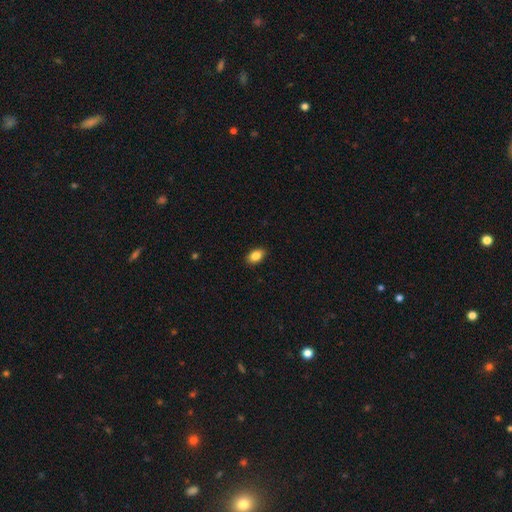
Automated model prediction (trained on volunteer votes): A smooth galaxy with no disk features (85%) that is in between round and cigar-shaped (86%).

Vote fractions:
- Smooth or featured? smooth: 85% / star or artifact: 8% / featured or disk: 7%
- How rounded? in between: 86% / round: 12% / cigar-shaped: 2%
- Merging? none: 89% / minor disturbance: 8% / major disturbance: 2% / merger: 1%